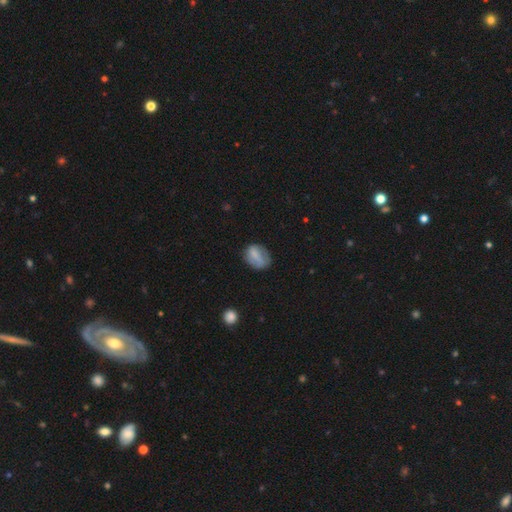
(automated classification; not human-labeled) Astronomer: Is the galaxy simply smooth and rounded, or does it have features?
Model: smooth — 72%.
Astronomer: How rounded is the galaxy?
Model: in between — 70%.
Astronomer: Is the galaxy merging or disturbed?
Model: none — 60%.